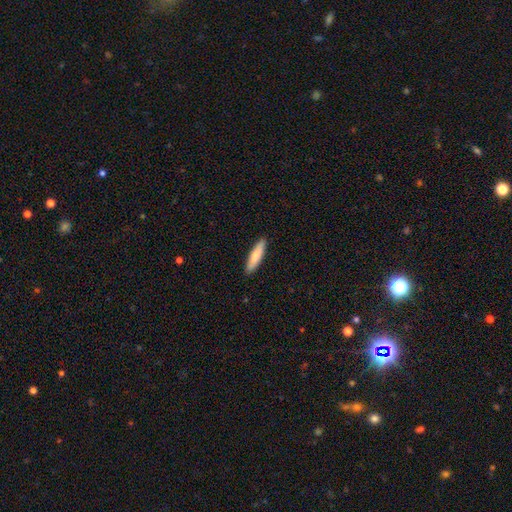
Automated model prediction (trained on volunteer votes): smooth-or-featured: smooth: 77% | featured or disk: 18% | star or artifact: 5%
  how-rounded: cigar-shaped: 76% | in between: 22% | round: 1%
  merging: none: 90% | minor disturbance: 7% | major disturbance: 1% | merger: 1%